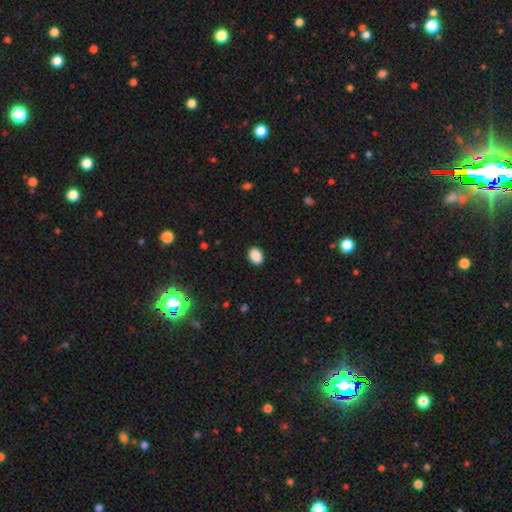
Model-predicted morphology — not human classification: Smooth or featured? smooth (89%)
How rounded? in between (74%)
Merging? none (90%)